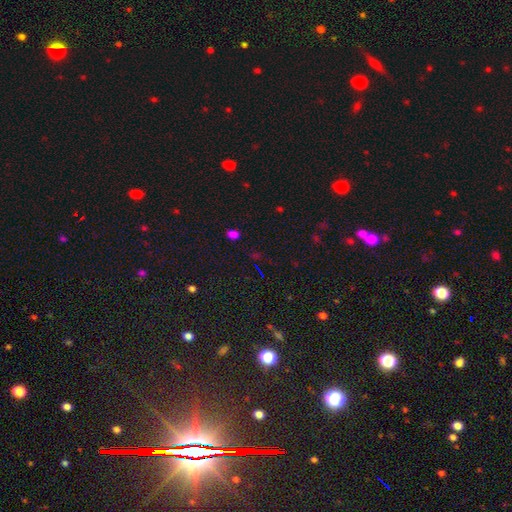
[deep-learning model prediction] smooth_or_featured: star or artifact (p=0.52) [alt: smooth p=0.41]